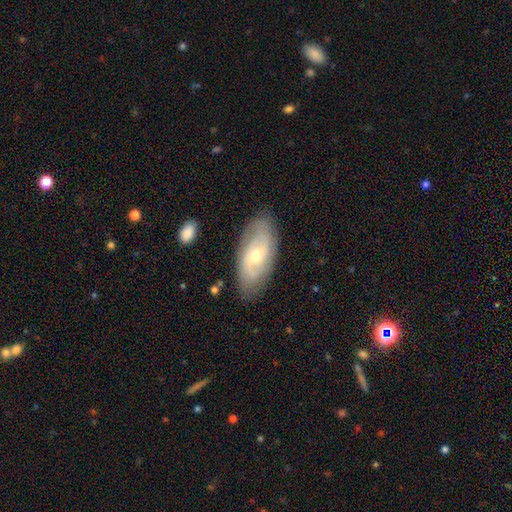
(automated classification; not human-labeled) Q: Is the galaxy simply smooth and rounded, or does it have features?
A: featured or disk — 72%.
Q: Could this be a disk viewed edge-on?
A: no — 92%.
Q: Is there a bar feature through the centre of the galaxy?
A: no — 53%.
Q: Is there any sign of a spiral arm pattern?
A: yes — 86%.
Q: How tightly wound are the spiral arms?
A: tight — 43%.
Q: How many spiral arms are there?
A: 2 — 56%.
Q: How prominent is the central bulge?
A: small — 50%.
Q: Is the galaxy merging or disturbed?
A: none — 82%.